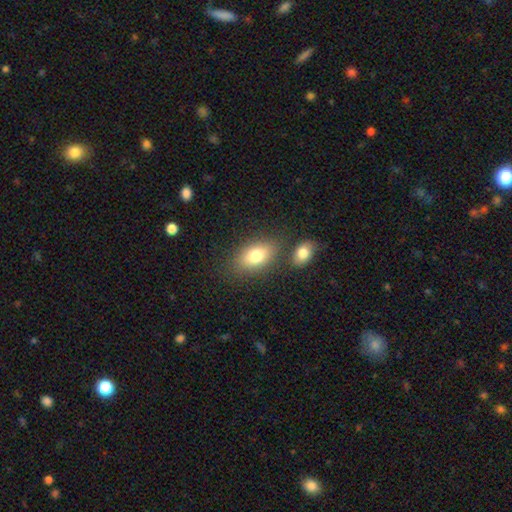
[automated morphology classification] Smooth or featured?
  - smooth: 78% *
  - featured or disk: 13%
  - star or artifact: 8%
How rounded?
  - in between: 88% *
  - round: 9%
  - cigar-shaped: 3%
Merging?
  - none: 70% *
  - merger: 14%
  - minor disturbance: 12%
  - major disturbance: 4%